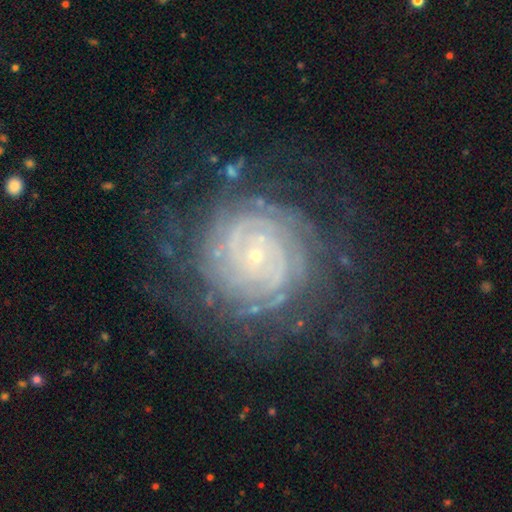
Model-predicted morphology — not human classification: This appears to be a featured or disk galaxy (88%) with no bar (71%), tight (88%) spiral arms (98%) and a small central bulge (86%). Merging: none (77%).